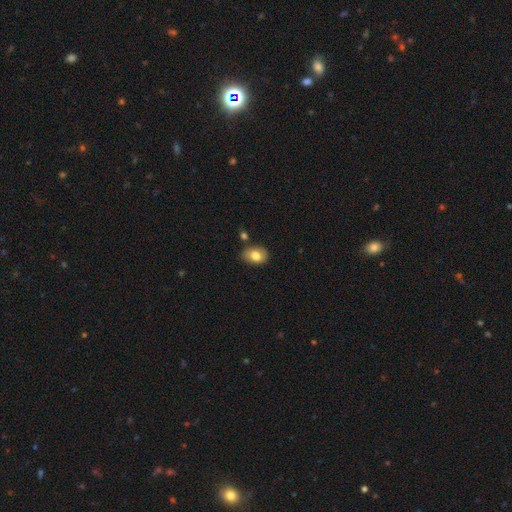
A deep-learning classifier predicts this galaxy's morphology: Smooth or featured: smooth — 79% (featured or disk — 13%)
How rounded: in between — 79% (round — 20%)
Merging: none — 77% (minor disturbance — 15%)